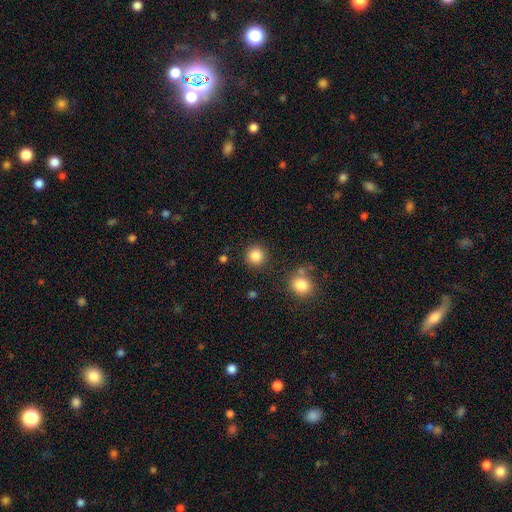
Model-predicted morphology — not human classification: A smooth galaxy with no disk features (86%) that is round (94%).

Vote fractions:
- Smooth or featured? smooth: 86% / star or artifact: 10% / featured or disk: 4%
- How rounded? round: 94% / in between: 5% / cigar-shaped: 1%
- Merging? none: 88% / minor disturbance: 6% / merger: 3% / major disturbance: 3%